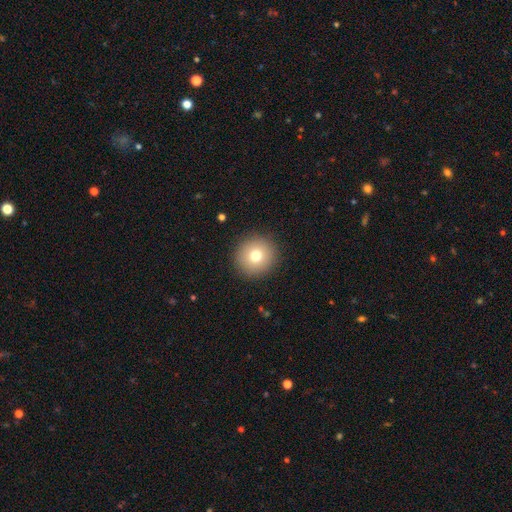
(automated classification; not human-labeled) Smooth or featured: smooth — 75% (featured or disk — 13%)
How rounded: round — 95% (in between — 5%)
Merging: none — 92% (minor disturbance — 5%)